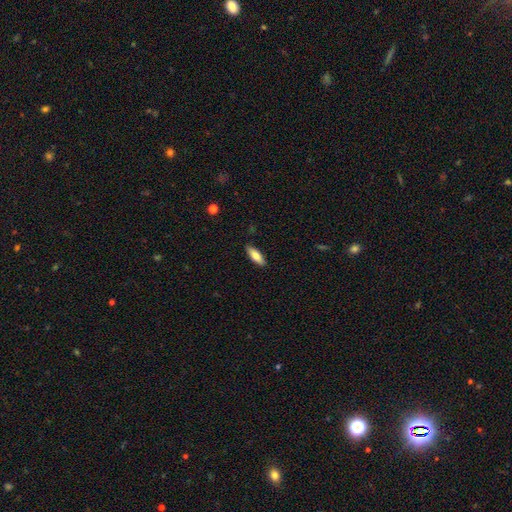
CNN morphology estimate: Overall: smooth (75%). How rounded: in between (60%; cigar-shaped 38%). Merging: none (88%).